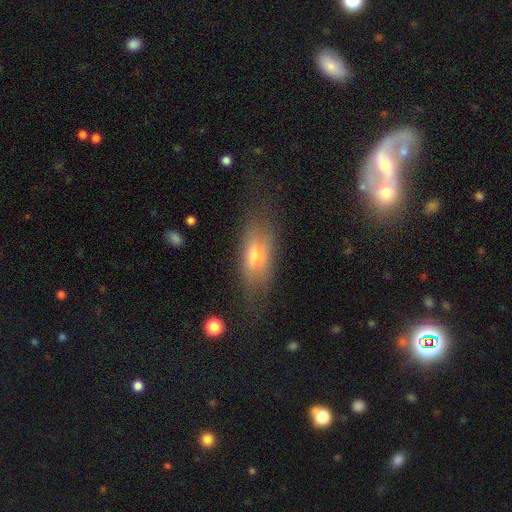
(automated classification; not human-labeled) Morphology: type=smooth (55%); roundness=in between (70%); merging=none (62%).